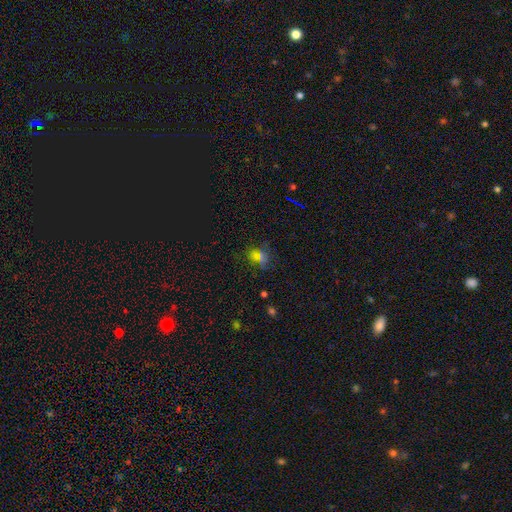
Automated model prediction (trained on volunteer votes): Smooth or featured? star or artifact (46%)